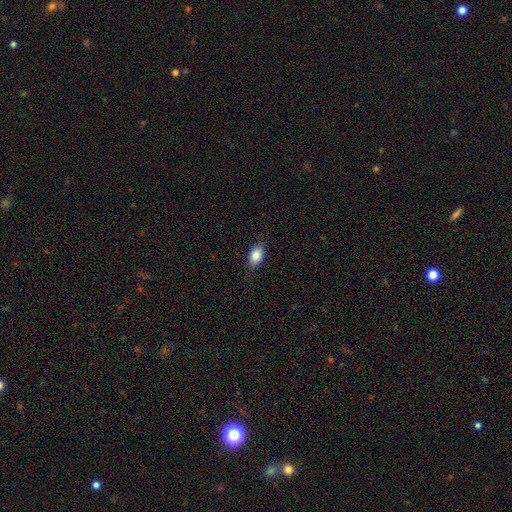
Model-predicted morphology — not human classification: Overall: smooth (82%). How rounded: in between (85%). Merging: none (80%).